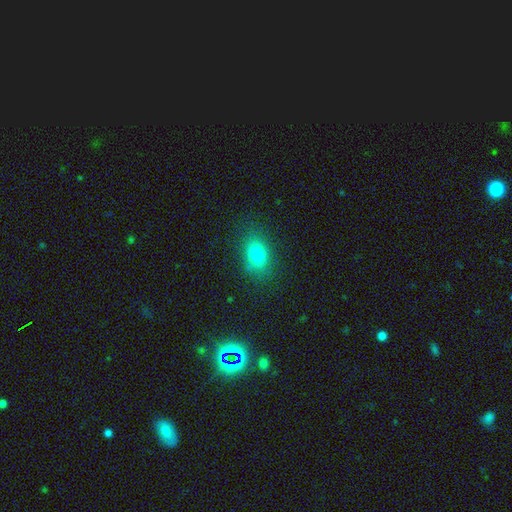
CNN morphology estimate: smooth_or_featured: smooth (p=0.79) [alt: star or artifact p=0.12]
how_rounded: in between (p=0.72) [alt: round p=0.26]
merging: none (p=0.82) [alt: minor disturbance p=0.13]